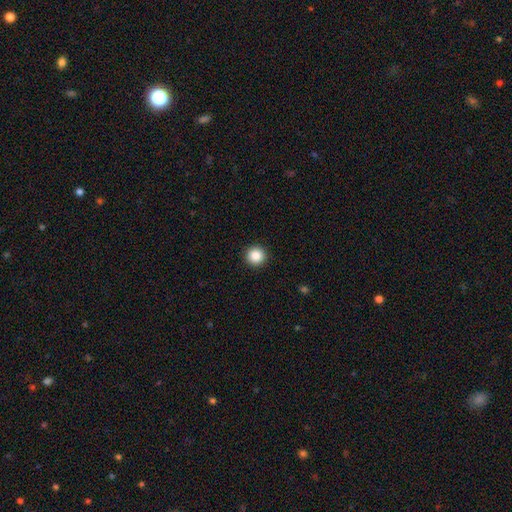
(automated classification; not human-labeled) The model was most divided on "smooth or featured": smooth: 87%, star or artifact: 10%, featured or disk: 3%. More confident: how rounded — round (96%); merging — none (93%).